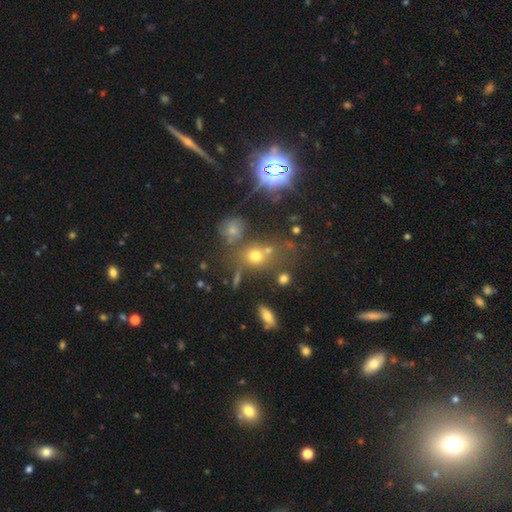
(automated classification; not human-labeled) Overall: smooth (58%; star or artifact 29%). How rounded: round (66%; in between 31%). Merging: none (58%; merger 21%).